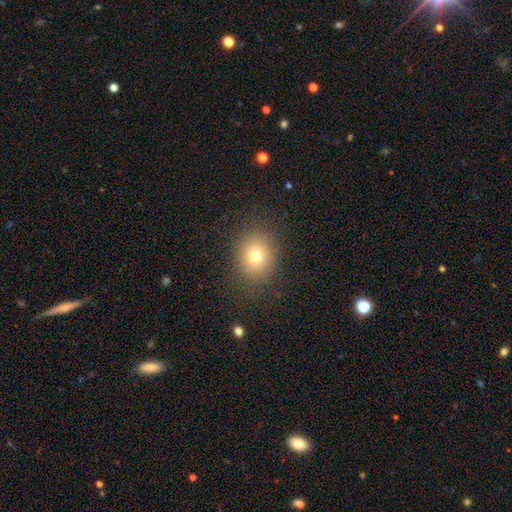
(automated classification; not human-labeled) Morphology: type=smooth (75%); roundness=round (67%); merging=none (86%).